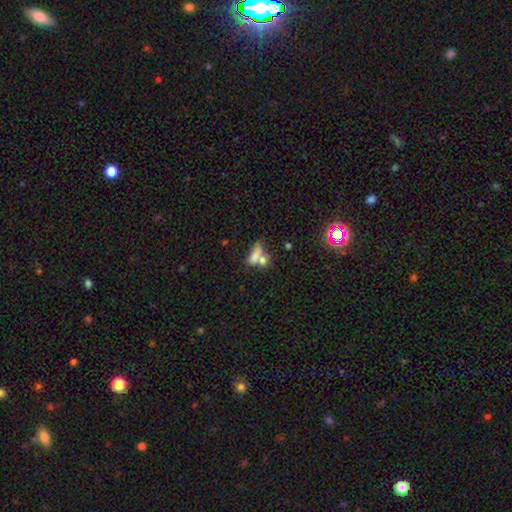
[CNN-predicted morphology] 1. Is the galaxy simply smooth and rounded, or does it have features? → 68% smooth, 19% featured or disk, 13% star or artifact.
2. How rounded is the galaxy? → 58% in between, 28% cigar-shaped, 14% round.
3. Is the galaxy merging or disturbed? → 49% merger, 30% none, 12% minor disturbance, 9% major disturbance.